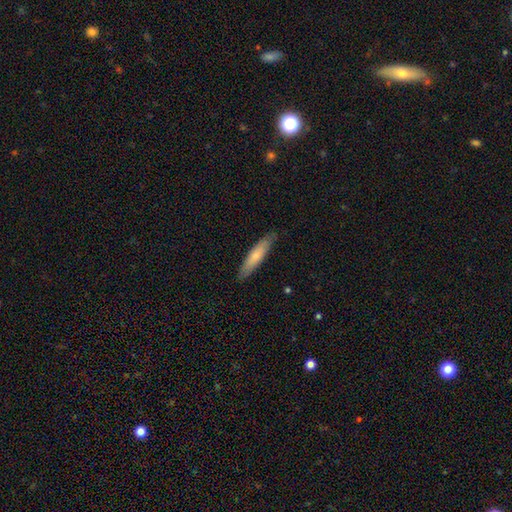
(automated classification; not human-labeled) The model was most divided on "smooth or featured": smooth: 69%, featured or disk: 25%, star or artifact: 5%. More confident: merging — none (87%); how rounded — cigar-shaped (85%).